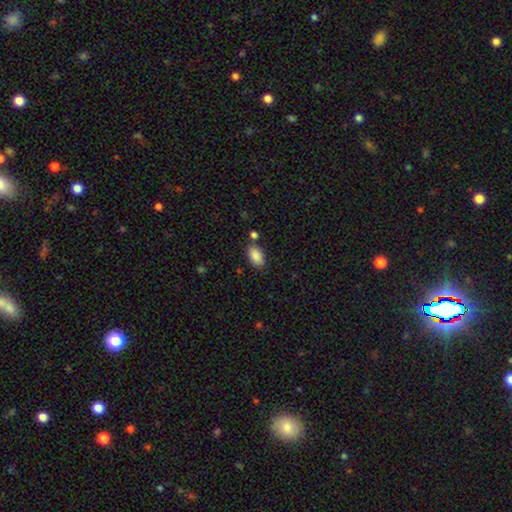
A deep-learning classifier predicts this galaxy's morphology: Smooth or featured?
  - smooth: 89% *
  - star or artifact: 7%
  - featured or disk: 4%
How rounded?
  - in between: 94% *
  - round: 4%
  - cigar-shaped: 2%
Merging?
  - none: 77% *
  - minor disturbance: 12%
  - merger: 8%
  - major disturbance: 3%